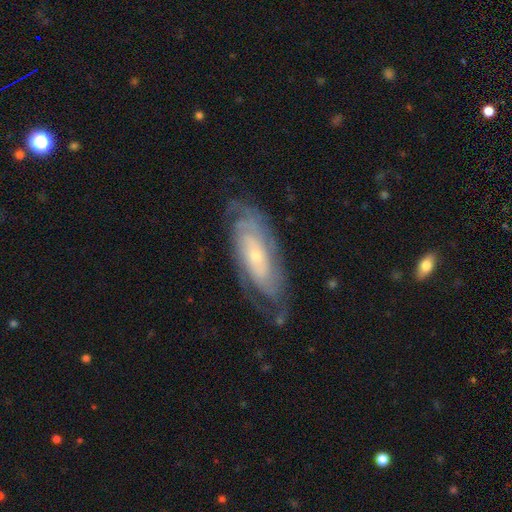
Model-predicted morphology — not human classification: Q: Smooth or featured?
A: featured or disk (82%); runner-up: smooth (13%)
Q: Edge-on disk?
A: no (90%); runner-up: yes (10%)
Q: Bar?
A: no (70%); runner-up: weak (21%)
Q: Spiral arms?
A: yes (93%); runner-up: no (7%)
Q: Spiral winding?
A: tight (69%); runner-up: medium (25%)
Q: Spiral arm count?
A: can't tell (40%); runner-up: 2 (27%)
Q: Bulge size?
A: small (73%); runner-up: moderate (22%)
Q: Merging?
A: none (72%); runner-up: minor disturbance (18%)